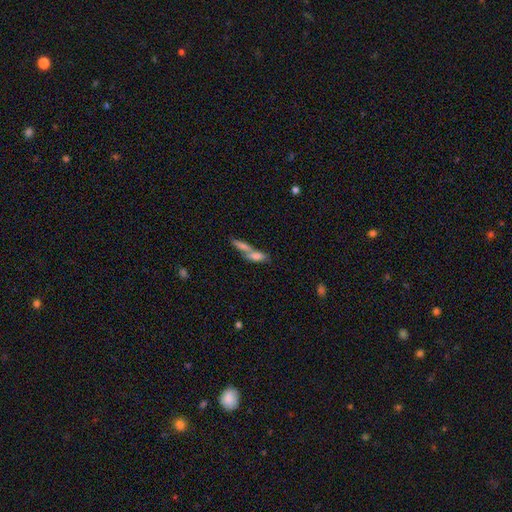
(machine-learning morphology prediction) smooth 72%, featured or disk 19%, star or artifact 9%. Down the decision tree: how rounded — in between (55%); merging — merger (67%).